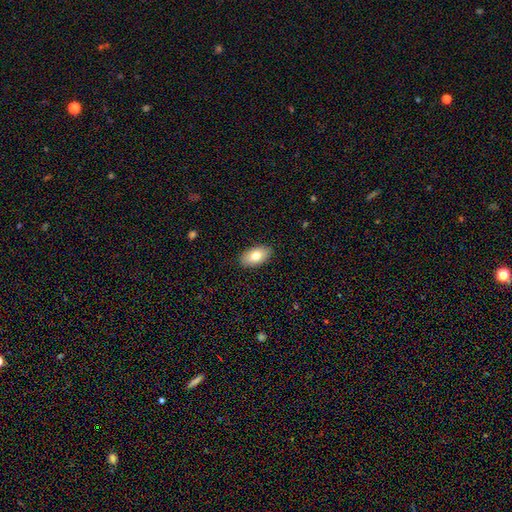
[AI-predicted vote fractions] Smooth or featured: smooth — 76% (featured or disk — 17%)
How rounded: in between — 94% (round — 5%)
Merging: none — 88% (minor disturbance — 9%)